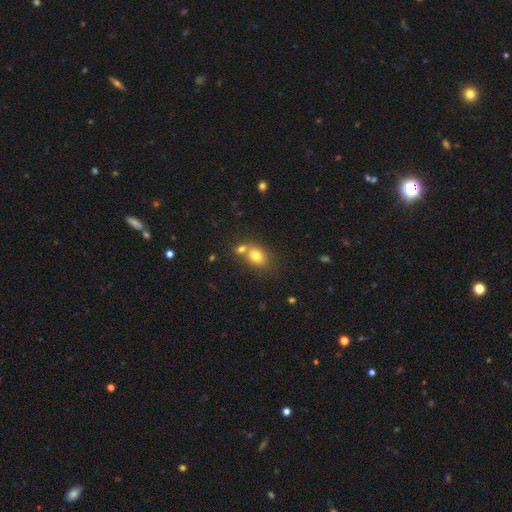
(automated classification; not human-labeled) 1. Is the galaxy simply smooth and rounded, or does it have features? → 77% smooth, 12% featured or disk, 11% star or artifact.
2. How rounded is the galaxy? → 58% in between, 41% round, 1% cigar-shaped.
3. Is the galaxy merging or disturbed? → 49% none, 37% merger, 10% minor disturbance, 4% major disturbance.